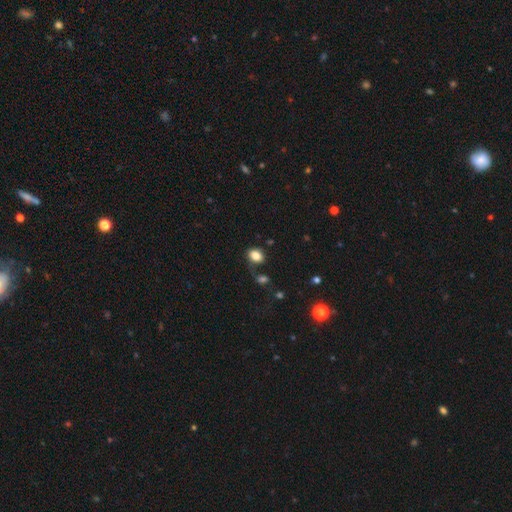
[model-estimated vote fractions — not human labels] smooth_or_featured: smooth (p=0.83) [alt: star or artifact p=0.10]
how_rounded: in between (p=0.62) [alt: round p=0.37]
merging: none (p=0.60) [alt: minor disturbance p=0.19]